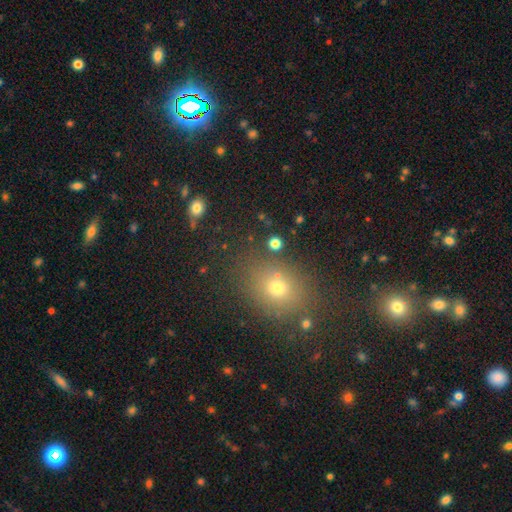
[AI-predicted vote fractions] Smooth or featured? smooth (55%)
How rounded? round (59%)
Merging? none (85%)